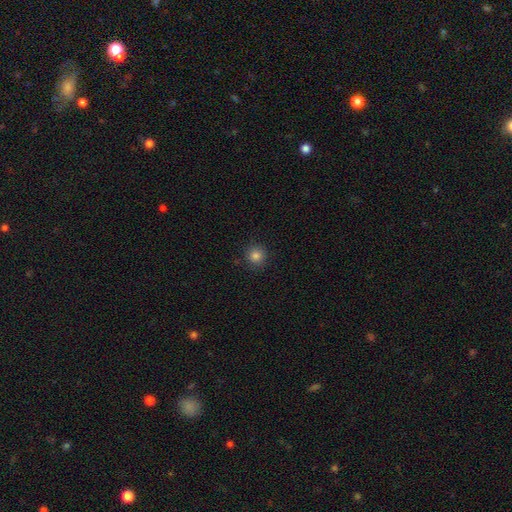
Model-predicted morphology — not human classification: This appears to be a smooth galaxy with no disk features (82%) that is round (93%). Merging: none (89%).